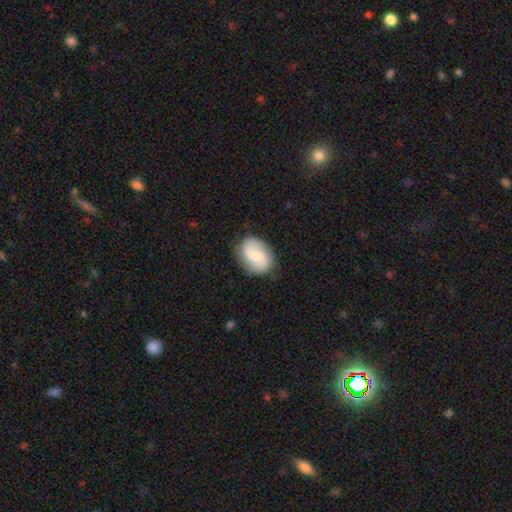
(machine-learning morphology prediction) A featured or disk galaxy (63%) with a weak bar (47%), 2 (90%) medium (43%) spiral arms (92%) and a moderate central bulge (49%). Merging: none (82%).